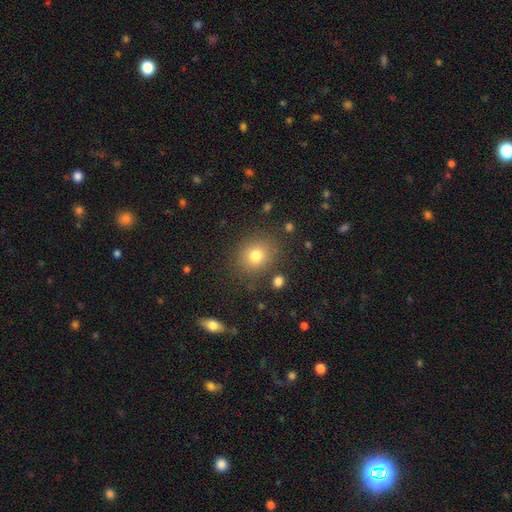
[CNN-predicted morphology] smooth 78%, star or artifact 13%, featured or disk 9%. Down the decision tree: how rounded — round (69%); merging — none (82%).